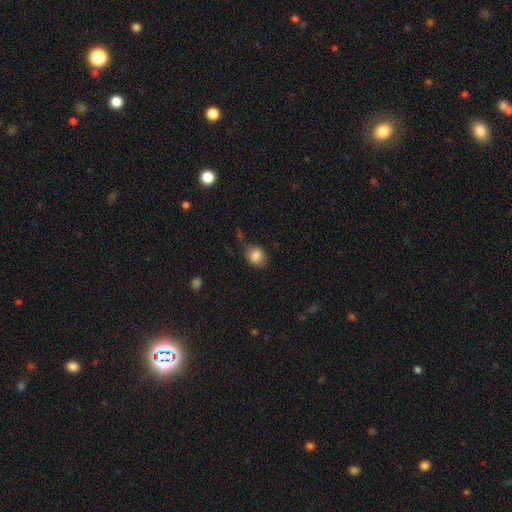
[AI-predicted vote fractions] Overall: smooth (85%). How rounded: round (50%; in between 49%). Merging: none (71%).